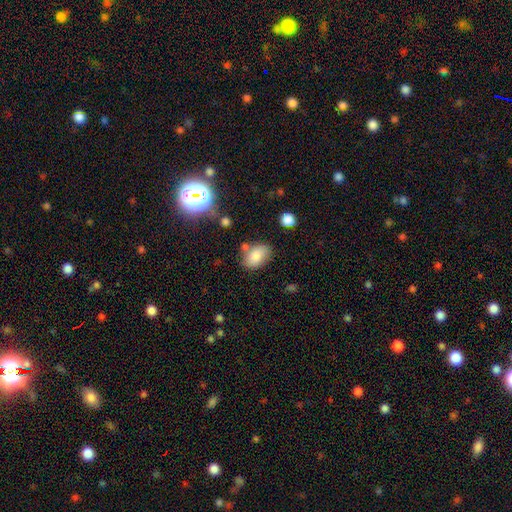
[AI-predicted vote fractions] The model was most divided on "merging": none: 68%, minor disturbance: 18%, merger: 9%, major disturbance: 5%. More confident: how rounded — in between (86%); smooth or featured — smooth (80%).